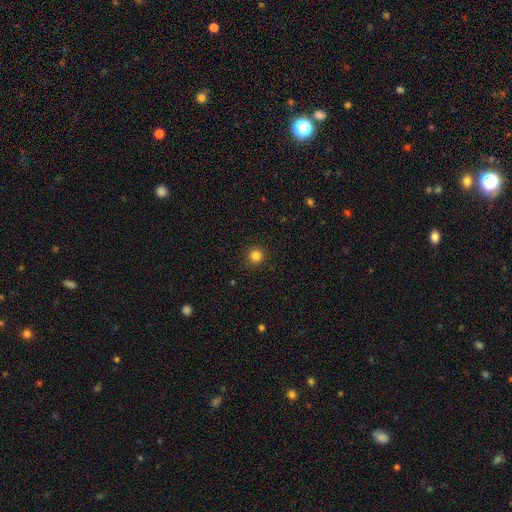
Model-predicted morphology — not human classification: Smooth or featured? smooth (83%)
How rounded? round (96%)
Merging? none (93%)